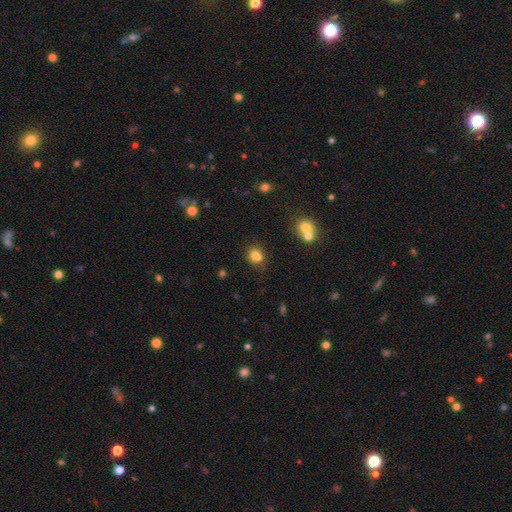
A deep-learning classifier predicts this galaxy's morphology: Smooth or featured?
  - smooth: 81% *
  - star or artifact: 12%
  - featured or disk: 7%
How rounded?
  - round: 64% *
  - in between: 35%
  - cigar-shaped: 1%
Merging?
  - none: 66% *
  - minor disturbance: 18%
  - merger: 11%
  - major disturbance: 5%